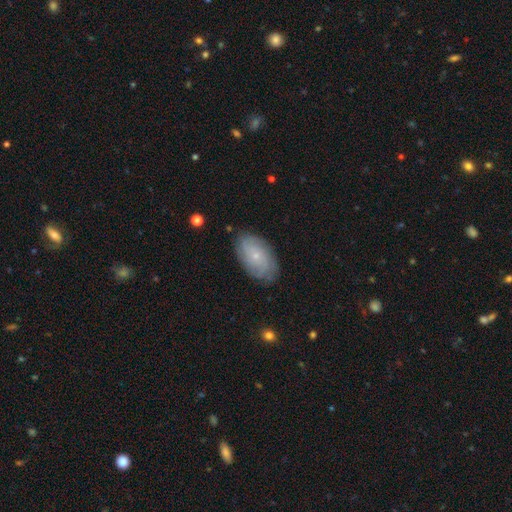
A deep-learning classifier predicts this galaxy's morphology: smooth_or_featured: featured or disk (p=0.55) [alt: smooth p=0.37]
disk_edge_on: no (p=0.94) [alt: yes p=0.06]
bar: no (p=0.84) [alt: weak p=0.14]
has_spiral_arms: yes (p=0.81) [alt: no p=0.19]
bulge_size: small (p=0.83) [alt: moderate p=0.13]
merging: none (p=0.80) [alt: minor disturbance p=0.15]